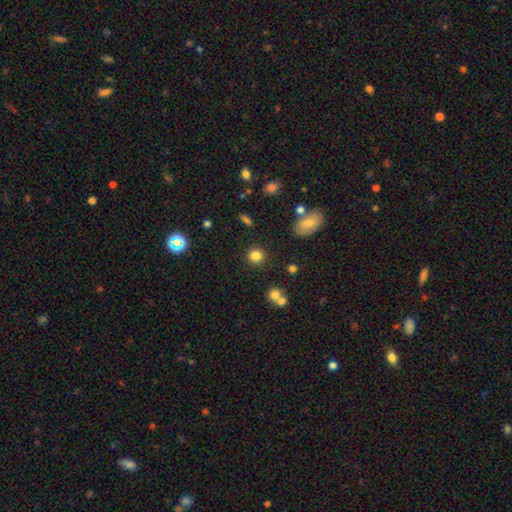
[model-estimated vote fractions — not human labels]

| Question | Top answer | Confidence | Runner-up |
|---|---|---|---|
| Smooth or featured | smooth | 82% | star or artifact (12%) |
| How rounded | round | 86% | in between (13%) |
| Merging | none | 85% | minor disturbance (8%) |